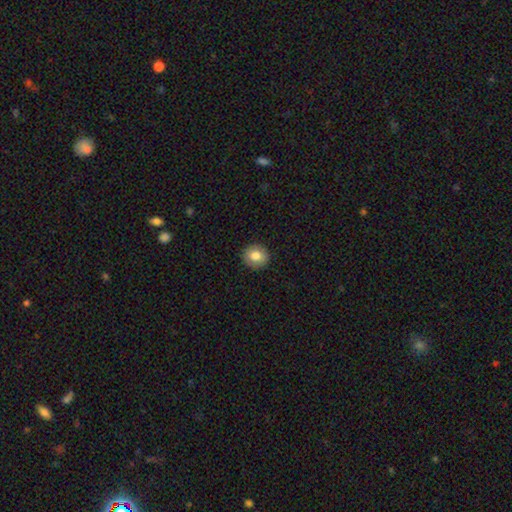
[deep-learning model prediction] The model was most divided on "smooth or featured": smooth: 81%, featured or disk: 10%, star or artifact: 8%. More confident: merging — none (91%); how rounded — round (87%).